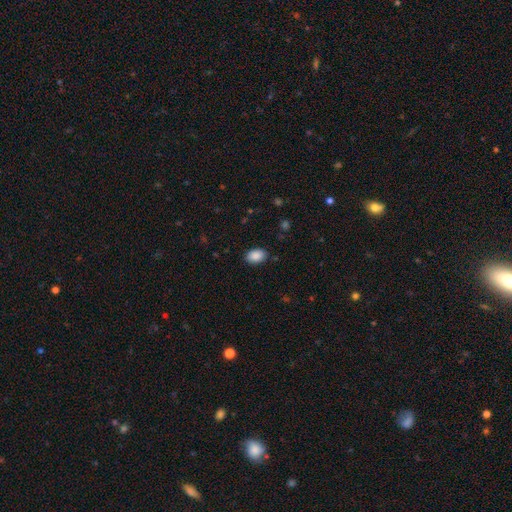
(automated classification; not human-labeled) A smooth galaxy with no disk features (89%) that is in between round and cigar-shaped (85%).

Vote fractions:
- Smooth or featured? smooth: 89% / star or artifact: 7% / featured or disk: 4%
- How rounded? in between: 85% / round: 14% / cigar-shaped: 1%
- Merging? none: 87% / minor disturbance: 10% / major disturbance: 2% / merger: 1%